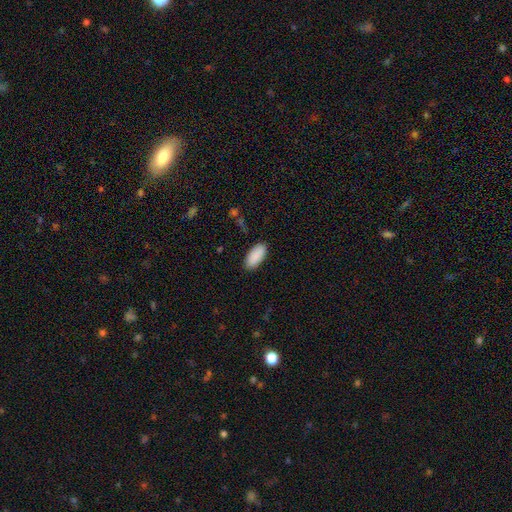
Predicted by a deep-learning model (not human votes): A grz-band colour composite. It shows a smooth galaxy with no disk features (91%) that is in between round and cigar-shaped (91%). Merging: none (87%).